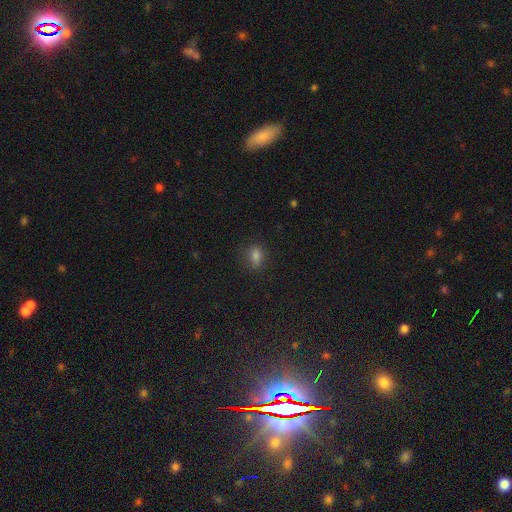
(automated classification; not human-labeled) Q: Smooth or featured?
A: smooth (75%); runner-up: star or artifact (19%)
Q: How rounded?
A: in between (67%); runner-up: round (28%)
Q: Merging?
A: none (81%); runner-up: minor disturbance (13%)